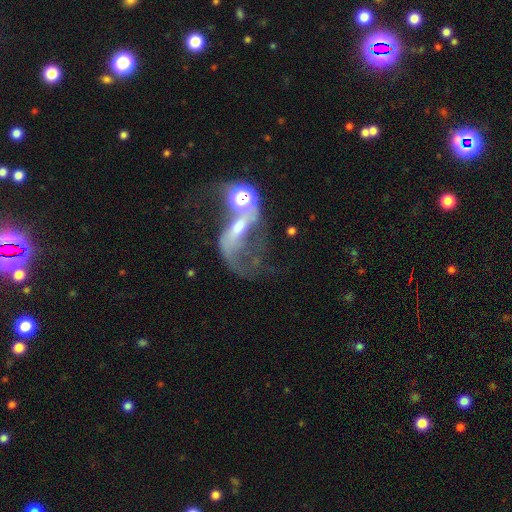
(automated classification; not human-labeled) smooth-or-featured: featured or disk: 72% | smooth: 15% | star or artifact: 13%
  disk-edge-on: no: 95% | yes: 5%
    bar: no: 51% | weak: 31% | strong: 18%
    has-spiral-arms: yes: 74% | no: 26%
      spiral-winding: loose: 75% | medium: 19% | tight: 6%
      spiral-arm-count: 2: 63% | 1: 22% | can't tell: 10% | 3: 2% | 4: 1% | more than 4: 1%
    bulge-size: moderate: 44% | small: 41% | none: 8% | large: 5% | dominant: 2%
  merging: merger: 56% | major disturbance: 23% | none: 14% | minor disturbance: 8%